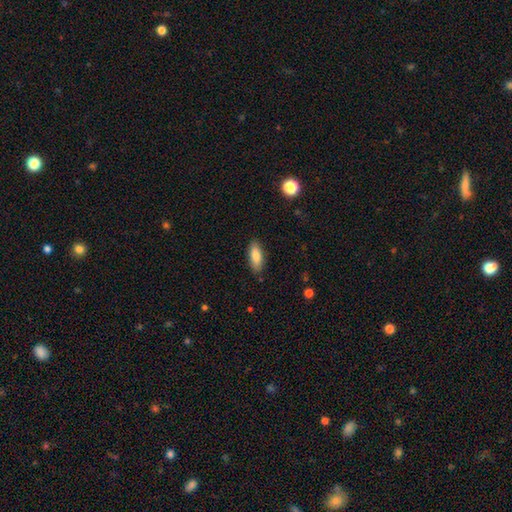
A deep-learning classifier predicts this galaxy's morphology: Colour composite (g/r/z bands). It shows a smooth galaxy with no disk features (83%) that is in between round and cigar-shaped (75%). Merging: none (86%).